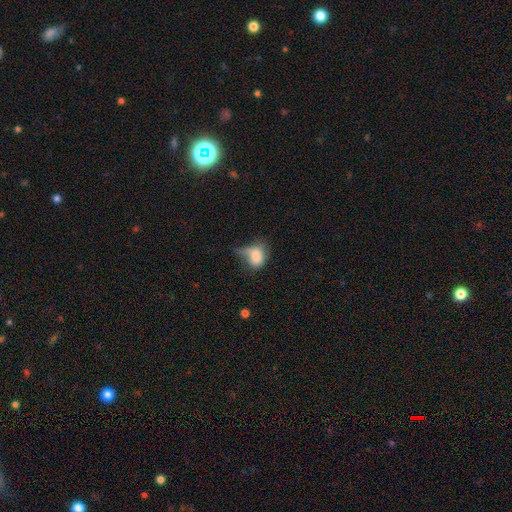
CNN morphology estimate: Smooth or featured? smooth (73%)
How rounded? in between (68%)
Merging? major disturbance (38%)